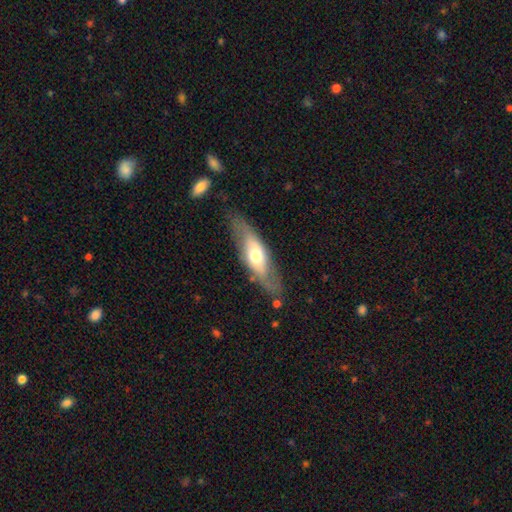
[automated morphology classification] This appears to be a featured or disk galaxy (52%). Merging: none (75%).